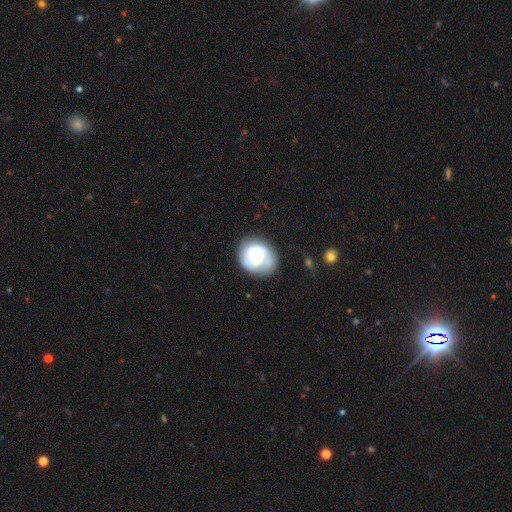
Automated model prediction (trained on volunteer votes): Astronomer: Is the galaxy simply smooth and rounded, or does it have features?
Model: featured or disk — 64%.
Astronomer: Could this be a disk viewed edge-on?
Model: no — 98%.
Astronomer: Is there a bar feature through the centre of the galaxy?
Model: no — 65%.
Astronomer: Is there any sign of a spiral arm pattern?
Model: yes — 87%.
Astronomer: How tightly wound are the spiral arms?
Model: tight — 55% (runner-up: medium, 33%).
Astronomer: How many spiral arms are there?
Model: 2 — 44% (runner-up: can't tell, 25%).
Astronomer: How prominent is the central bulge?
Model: small — 42%, tied with moderate at 42%.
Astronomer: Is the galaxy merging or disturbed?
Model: none — 60%.